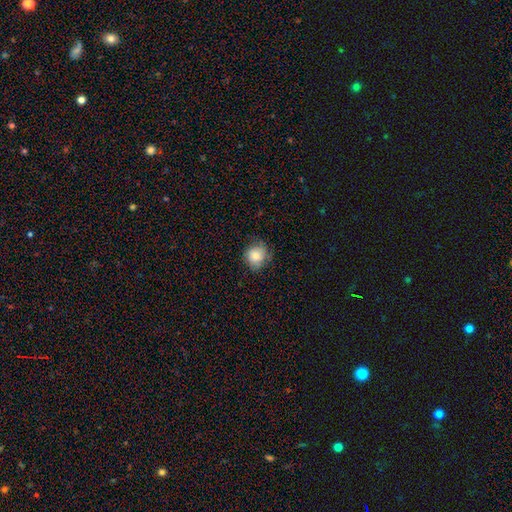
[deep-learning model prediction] smooth-or-featured: smooth: 77% | featured or disk: 14% | star or artifact: 9%
  how-rounded: round: 79% | in between: 20% | cigar-shaped: 1%
  merging: none: 70% | minor disturbance: 23% | major disturbance: 6% | merger: 1%